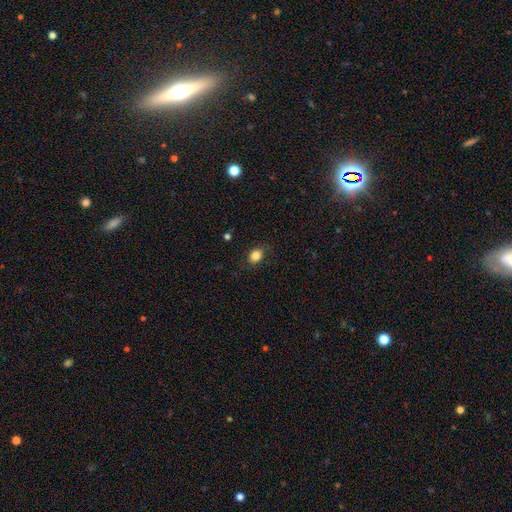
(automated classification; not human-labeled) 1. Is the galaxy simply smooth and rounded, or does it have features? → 83% smooth, 11% star or artifact, 6% featured or disk.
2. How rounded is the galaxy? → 57% round, 42% in between, 1% cigar-shaped.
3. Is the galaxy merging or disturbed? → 80% none, 15% minor disturbance, 4% major disturbance, 1% merger.